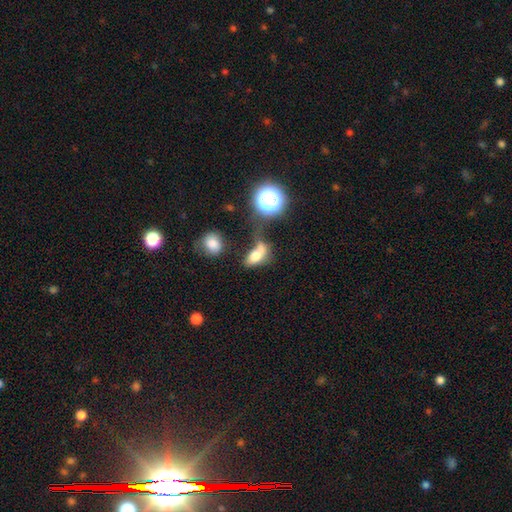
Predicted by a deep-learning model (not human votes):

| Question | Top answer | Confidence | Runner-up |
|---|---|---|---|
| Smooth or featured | smooth | 67% | featured or disk (19%) |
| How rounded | in between | 79% | round (14%) |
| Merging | merger | 36% | none (26%) |